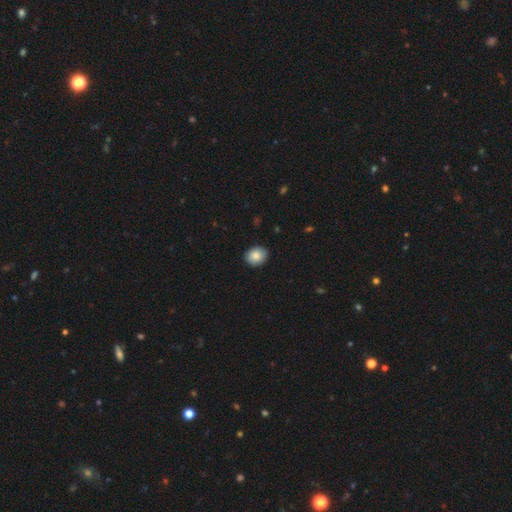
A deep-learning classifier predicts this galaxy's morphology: A smooth galaxy with no disk features (86%) that is round (50%). Merging: none (88%).